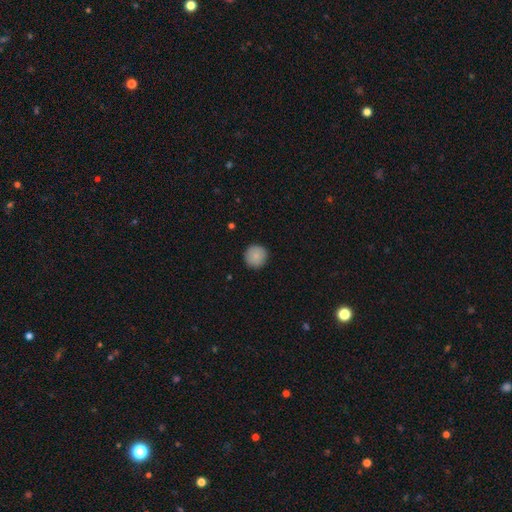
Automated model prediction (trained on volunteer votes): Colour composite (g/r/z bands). It shows a smooth galaxy with no disk features (86%) that is round (96%). Merging: none (92%).